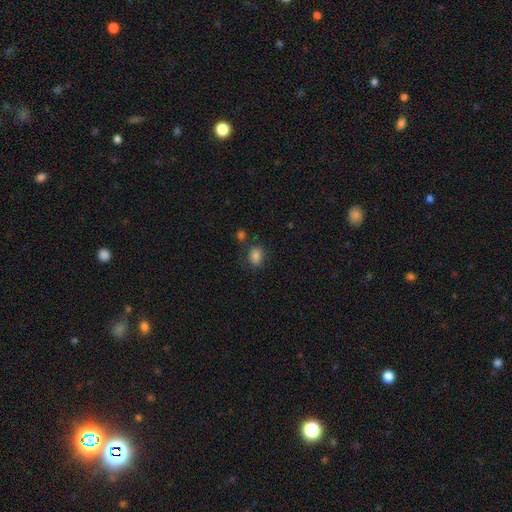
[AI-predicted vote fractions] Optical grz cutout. It shows a smooth galaxy with no disk features (83%) that is in between round and cigar-shaped (66%). Merging: none (70%).